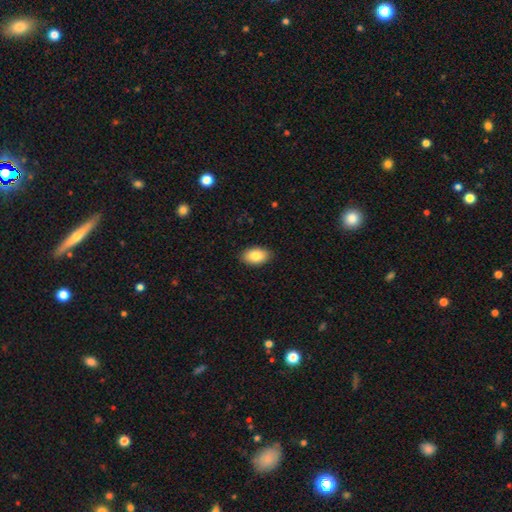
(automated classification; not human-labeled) Morphology: type=smooth (84%); roundness=in between (93%); merging=none (89%).